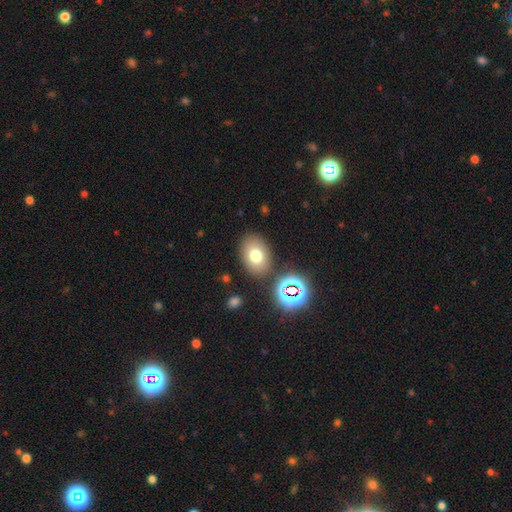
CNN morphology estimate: type=smooth (72%); roundness=in between (74%); merging=none (82%).